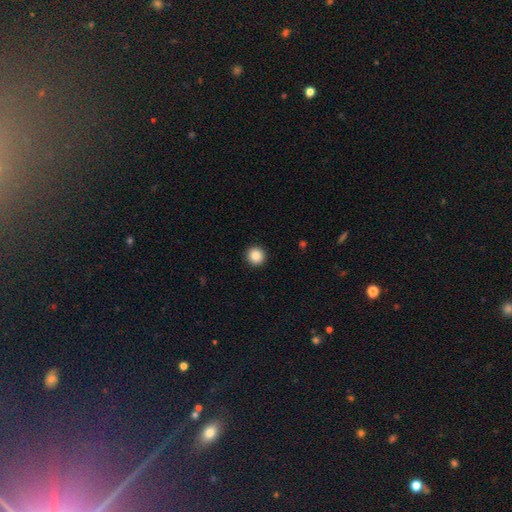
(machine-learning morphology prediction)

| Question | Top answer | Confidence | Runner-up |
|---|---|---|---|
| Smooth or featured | smooth | 87% | star or artifact (9%) |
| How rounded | round | 95% | in between (4%) |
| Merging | none | 93% | minor disturbance (4%) |